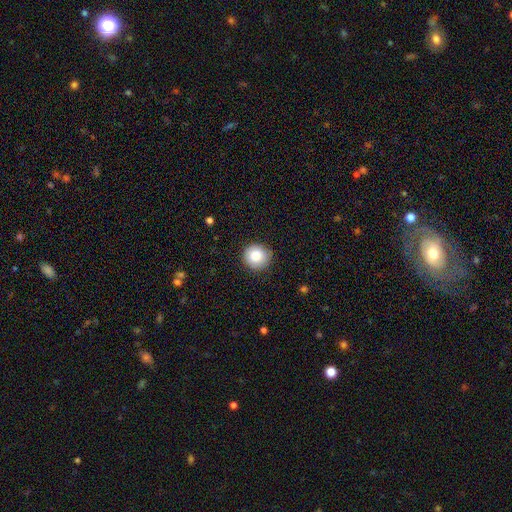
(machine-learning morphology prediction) A smooth galaxy with no disk features (84%) that is round (93%).

Vote fractions:
- Smooth or featured? smooth: 84% / star or artifact: 9% / featured or disk: 7%
- How rounded? round: 93% / in between: 6% / cigar-shaped: 1%
- Merging? none: 88% / minor disturbance: 9% / major disturbance: 2% / merger: 1%